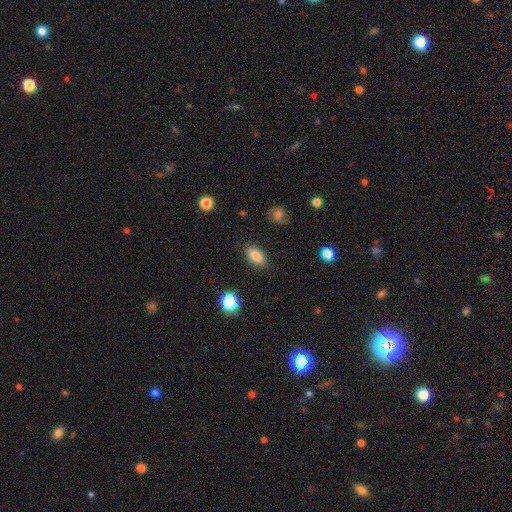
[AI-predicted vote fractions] This is clearly a smooth galaxy (83%). How rounded: clearly in between (89%). Merging: clearly none (86%).